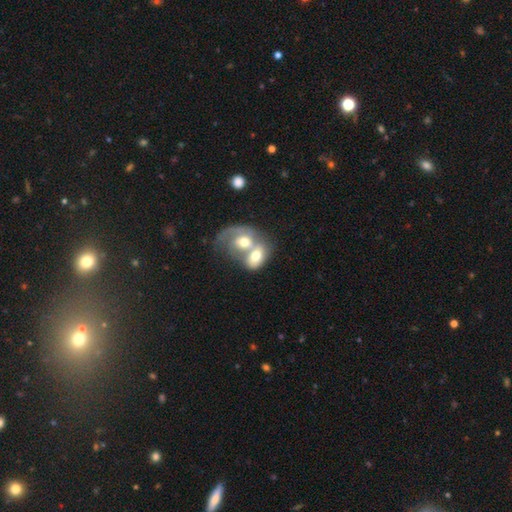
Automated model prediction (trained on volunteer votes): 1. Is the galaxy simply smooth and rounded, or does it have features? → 47% smooth, 46% featured or disk, 6% star or artifact.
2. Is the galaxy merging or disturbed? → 81% merger, 9% none, 6% major disturbance, 4% minor disturbance.